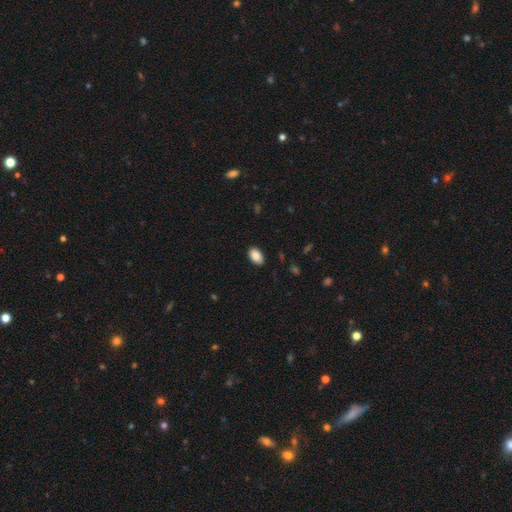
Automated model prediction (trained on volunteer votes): The model was most divided on "merging": none: 88%, minor disturbance: 9%, major disturbance: 2%, merger: 1%. More confident: how rounded — in between (91%); smooth or featured — smooth (89%).